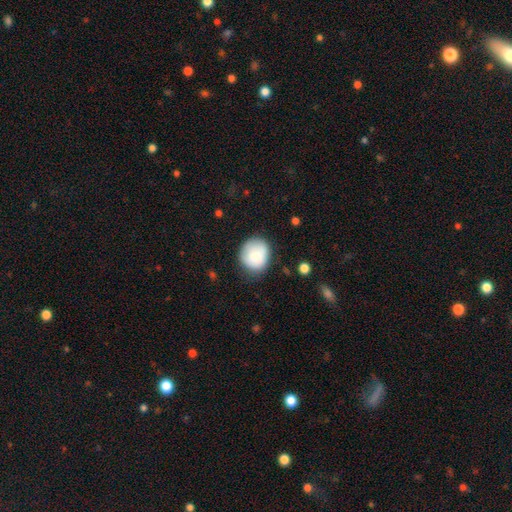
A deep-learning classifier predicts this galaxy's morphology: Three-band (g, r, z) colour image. It shows a smooth galaxy with no disk features (84%) that is round (80%). Merging: none (73%).